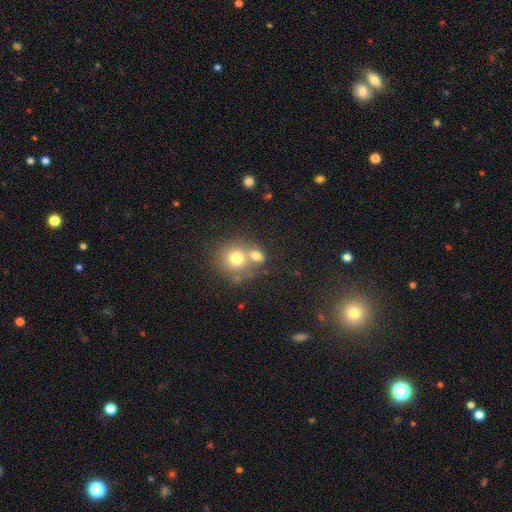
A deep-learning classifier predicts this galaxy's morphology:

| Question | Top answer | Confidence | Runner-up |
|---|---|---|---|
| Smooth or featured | smooth | 72% | featured or disk (16%) |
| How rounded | round | 66% | in between (33%) |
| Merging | merger | 53% | none (35%) |